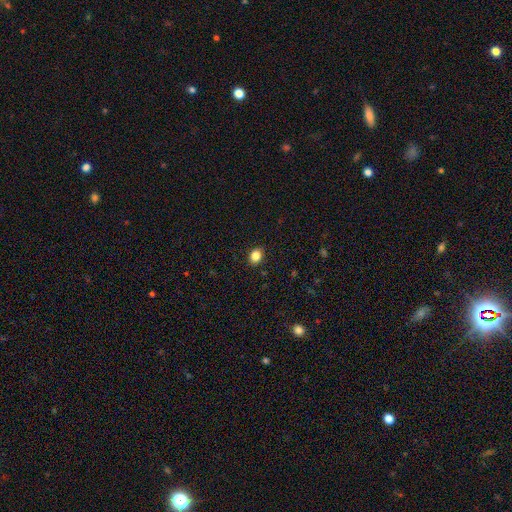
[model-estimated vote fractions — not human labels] smooth 85%, star or artifact 10%, featured or disk 5%. Down the decision tree: how rounded — round (51%); merging — none (90%).